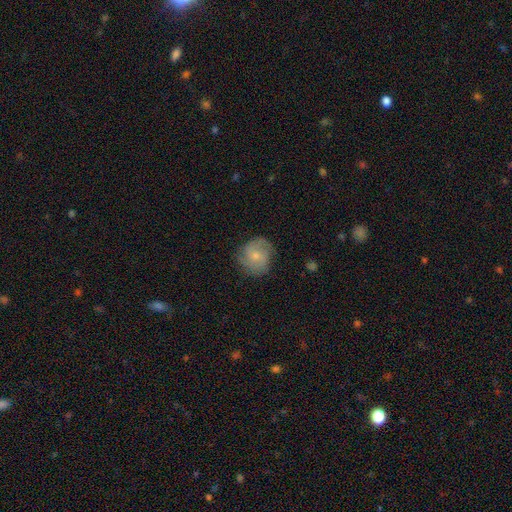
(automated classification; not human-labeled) Smooth or featured? Predicted: smooth (p=0.48). Merging? Predicted: none (p=0.73).